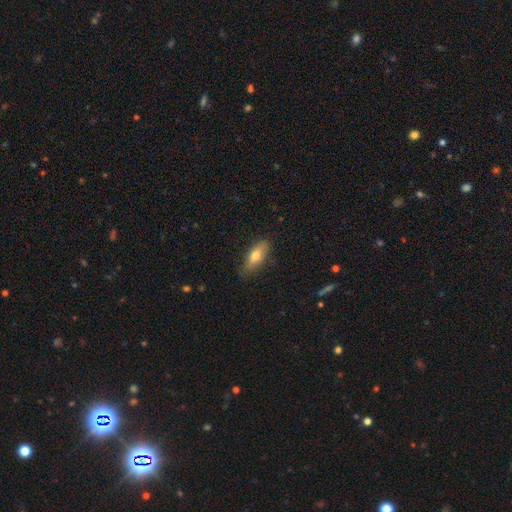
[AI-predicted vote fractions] This appears to be a smooth galaxy with no disk features (69%) that is in between round and cigar-shaped (65%). Merging: none (78%).